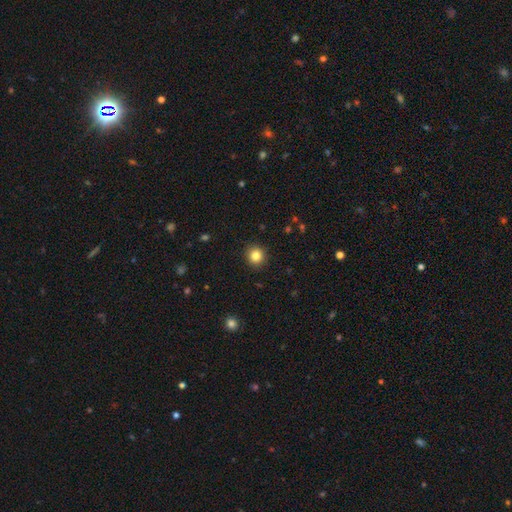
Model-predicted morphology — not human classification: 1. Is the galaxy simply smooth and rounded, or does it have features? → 84% smooth, 11% star or artifact, 5% featured or disk.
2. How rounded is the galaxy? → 91% round, 8% in between, 1% cigar-shaped.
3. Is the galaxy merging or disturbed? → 92% none, 5% minor disturbance, 2% major disturbance, 1% merger.